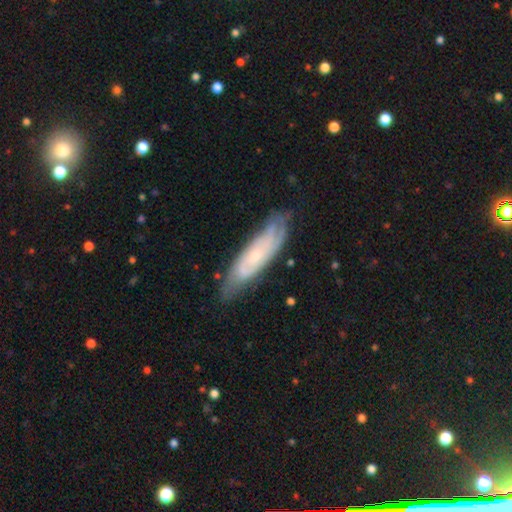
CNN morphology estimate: smooth_or_featured: featured or disk (p=0.70) [alt: smooth p=0.24]
disk_edge_on: no (p=0.76) [alt: yes p=0.24]
bar: no (p=0.74) [alt: weak p=0.22]
has_spiral_arms: yes (p=0.87) [alt: no p=0.13]
bulge_size: small (p=0.73) [alt: moderate p=0.22]
merging: none (p=0.72) [alt: minor disturbance p=0.21]